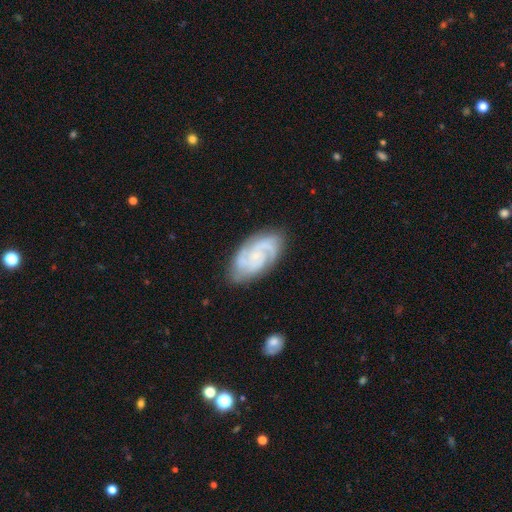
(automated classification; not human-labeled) Smooth or featured? Predicted: featured or disk (p=0.84). Edge-on disk? Predicted: no (p=0.97). Bar? Predicted: no (p=0.62). Spiral arms? Predicted: yes (p=0.97). Spiral winding? Predicted: tight (p=0.53). Spiral arm count? Predicted: 2 (p=0.44). Bulge size? Predicted: small (p=0.66). Merging? Predicted: none (p=0.79).